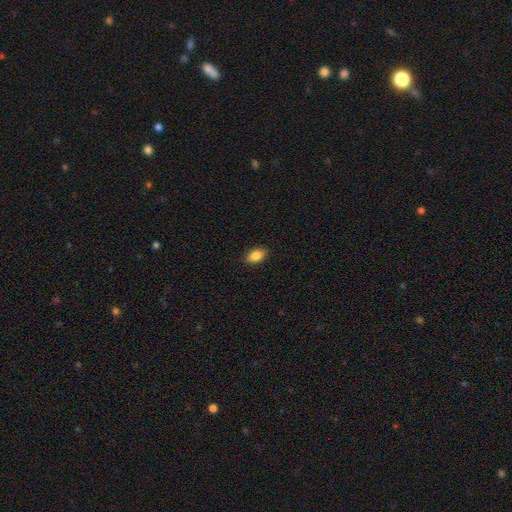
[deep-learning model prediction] Smooth or featured? Predicted: smooth (p=0.83). How rounded? Predicted: in between (p=0.89). Merging? Predicted: none (p=0.90).